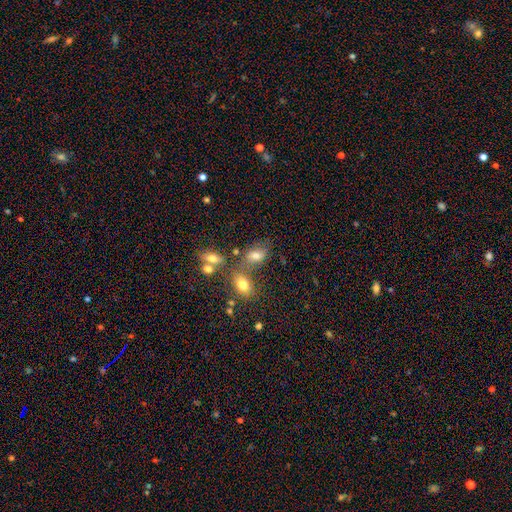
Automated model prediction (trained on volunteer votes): Smooth or featured? smooth (70%)
How rounded? in between (85%)
Merging? none (48%)